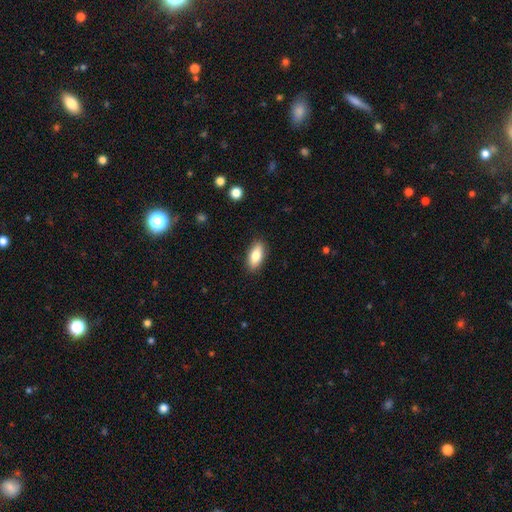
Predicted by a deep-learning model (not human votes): This appears to be a smooth galaxy with no disk features (80%) that is in between round and cigar-shaped (84%). Merging: none (87%).